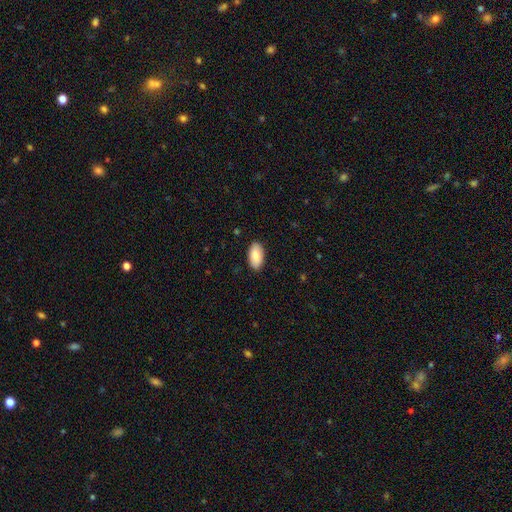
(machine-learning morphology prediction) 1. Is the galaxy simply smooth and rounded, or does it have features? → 84% smooth, 10% featured or disk, 6% star or artifact.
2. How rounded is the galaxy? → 95% in between, 3% cigar-shaped, 3% round.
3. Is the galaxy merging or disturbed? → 88% none, 9% minor disturbance, 2% major disturbance, 1% merger.